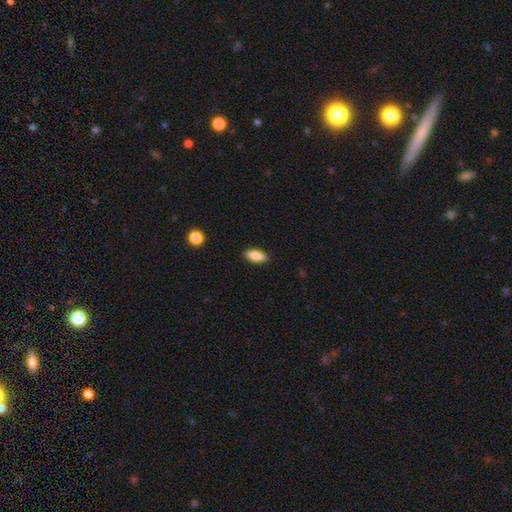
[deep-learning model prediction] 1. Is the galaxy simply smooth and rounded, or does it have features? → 86% smooth, 7% featured or disk, 7% star or artifact.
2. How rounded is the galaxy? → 84% in between, 13% cigar-shaped, 2% round.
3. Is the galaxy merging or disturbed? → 89% none, 8% minor disturbance, 2% major disturbance, 1% merger.